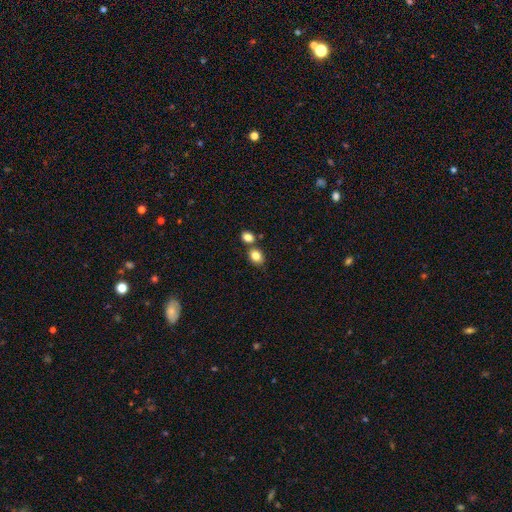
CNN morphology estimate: A smooth galaxy with no disk features (84%) that is in between round and cigar-shaped (52%).

Vote fractions:
- Smooth or featured? smooth: 84% / star or artifact: 10% / featured or disk: 6%
- How rounded? in between: 52% / round: 47% / cigar-shaped: 1%
- Merging? none: 60% / merger: 25% / minor disturbance: 11% / major disturbance: 3%